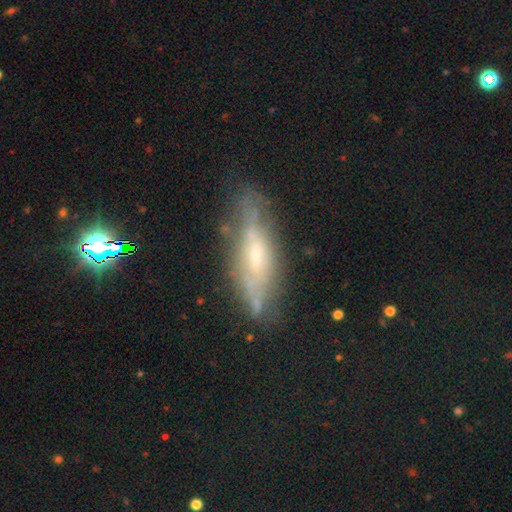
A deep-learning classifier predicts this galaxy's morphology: smooth_or_featured: featured or disk (p=0.59) [alt: smooth p=0.32]
disk_edge_on: yes (p=0.61) [alt: no p=0.39]
merging: none (p=0.67) [alt: minor disturbance p=0.22]